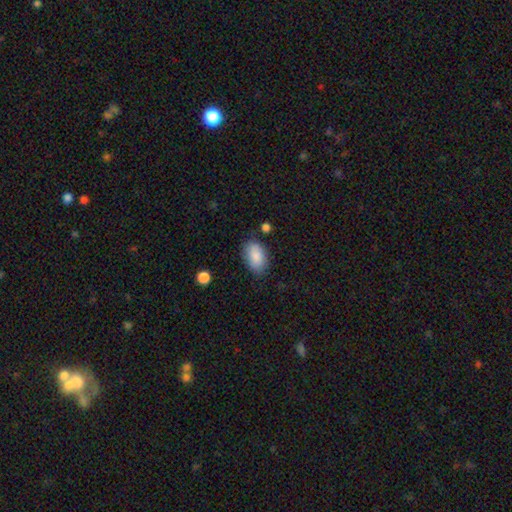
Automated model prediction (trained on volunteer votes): This is clearly a smooth galaxy (88%). How rounded: clearly in between (92%). Merging: likely none (78%).